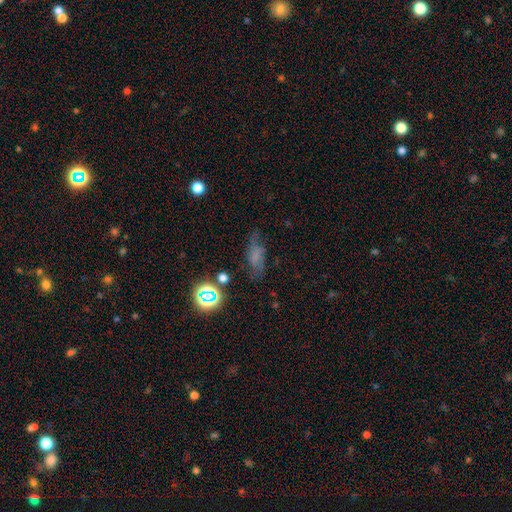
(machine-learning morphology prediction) Smooth or featured: smooth — 49% (featured or disk — 30%)
Merging: none — 58% (minor disturbance — 25%)